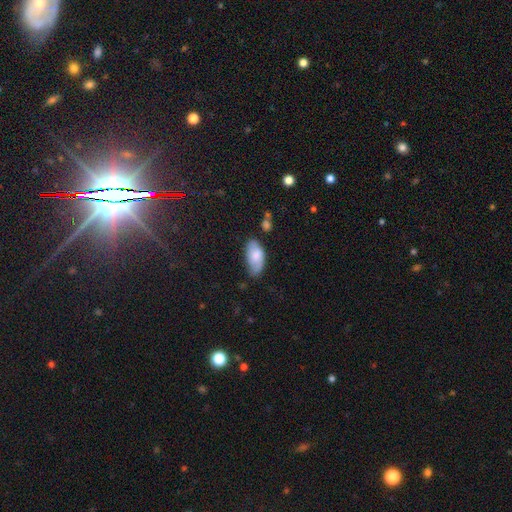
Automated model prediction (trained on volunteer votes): Smooth or featured?
  - smooth: 68% *
  - featured or disk: 25%
  - star or artifact: 7%
How rounded?
  - in between: 93% *
  - cigar-shaped: 5%
  - round: 3%
Merging?
  - none: 61% *
  - minor disturbance: 29%
  - major disturbance: 7%
  - merger: 4%